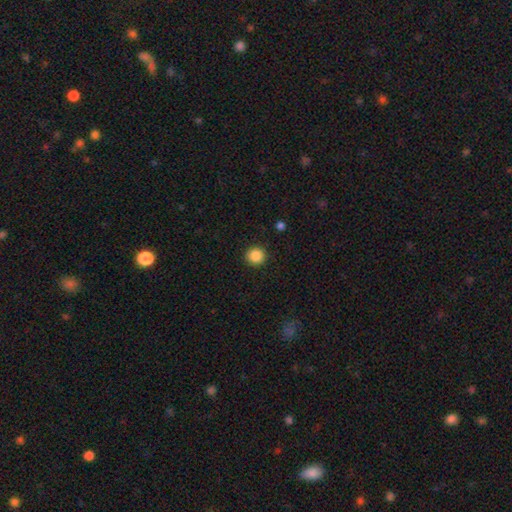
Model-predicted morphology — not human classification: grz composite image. It shows a smooth galaxy with no disk features (87%) that is round (94%). Merging: none (92%).